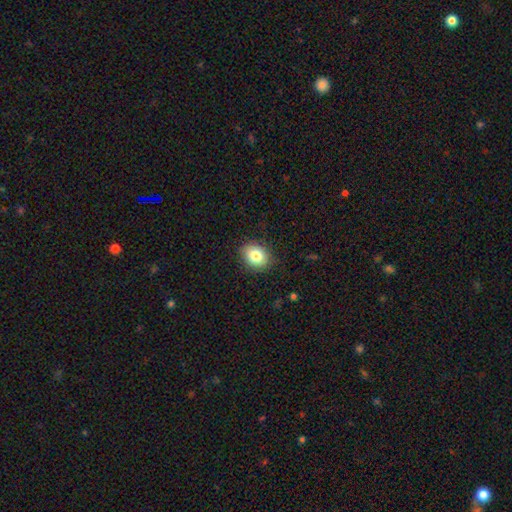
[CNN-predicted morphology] Smooth or featured? Predicted: smooth (p=0.81). How rounded? Predicted: in between (p=0.52). Merging? Predicted: none (p=0.86).